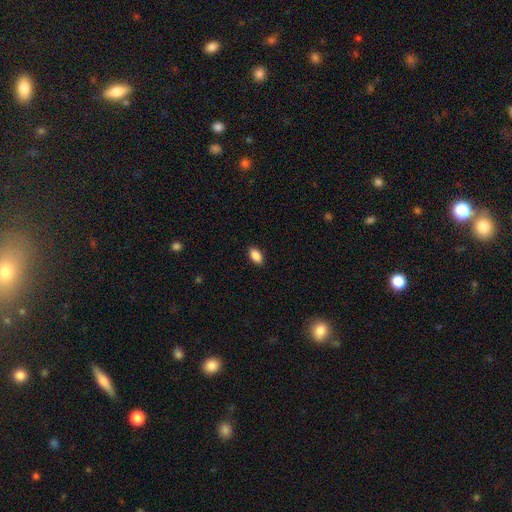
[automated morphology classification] smooth-or-featured: smooth: 89% | star or artifact: 7% | featured or disk: 4%
  how-rounded: in between: 92% | round: 4% | cigar-shaped: 4%
  merging: none: 90% | minor disturbance: 8% | major disturbance: 2% | merger: 1%